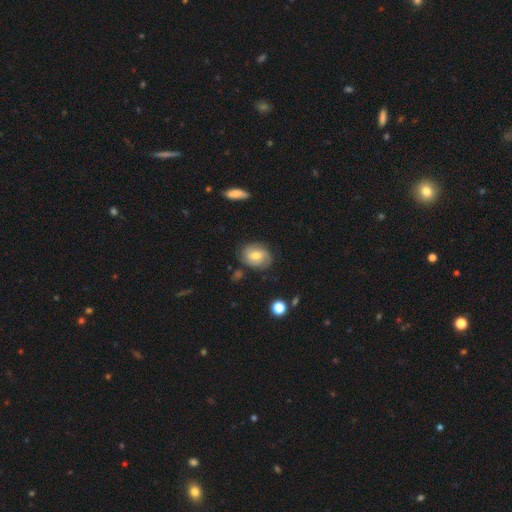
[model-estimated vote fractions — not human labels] featured or disk 62%, smooth 31%, star or artifact 8%. Down the decision tree: edge-on disk — no (96%); bar — no (52%); spiral arms — yes (88%); spiral arm count — 2 (48%); spiral winding — tight (51%); bulge size — moderate (71%); merging — none (76%).